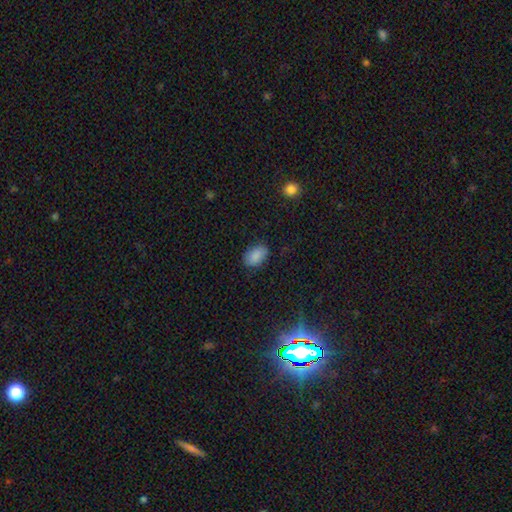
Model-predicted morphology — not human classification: smooth-or-featured: smooth: 87% | star or artifact: 8% | featured or disk: 5%
  how-rounded: in between: 89% | round: 9% | cigar-shaped: 1%
  merging: none: 81% | minor disturbance: 14% | major disturbance: 3% | merger: 1%